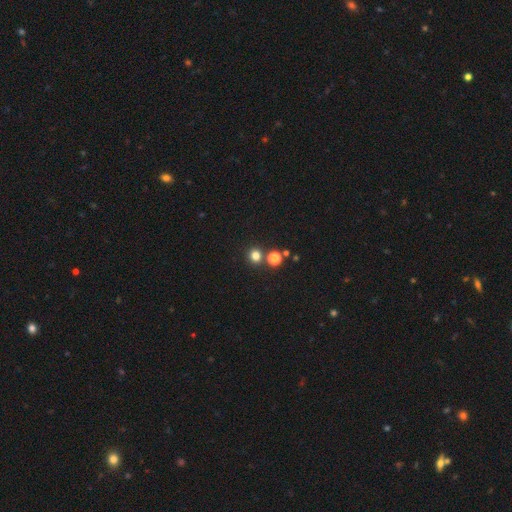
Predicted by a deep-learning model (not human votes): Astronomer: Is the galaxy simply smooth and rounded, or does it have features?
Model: smooth — 77%.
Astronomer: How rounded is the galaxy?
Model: round — 87%.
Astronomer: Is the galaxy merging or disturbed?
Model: none — 74%.